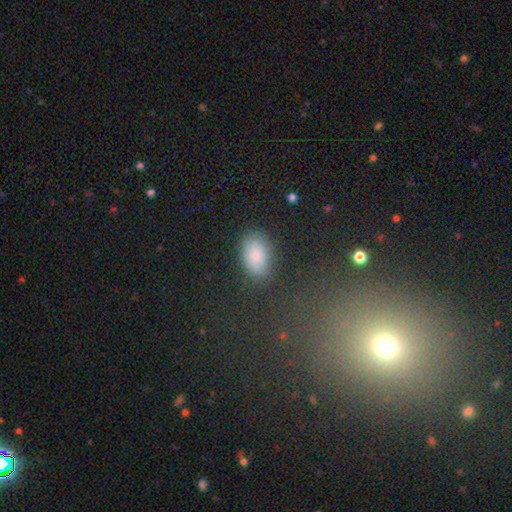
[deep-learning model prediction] smooth_or_featured: smooth (p=0.84) [alt: star or artifact p=0.09]
how_rounded: in between (p=0.89) [alt: round p=0.09]
merging: none (p=0.80) [alt: minor disturbance p=0.13]